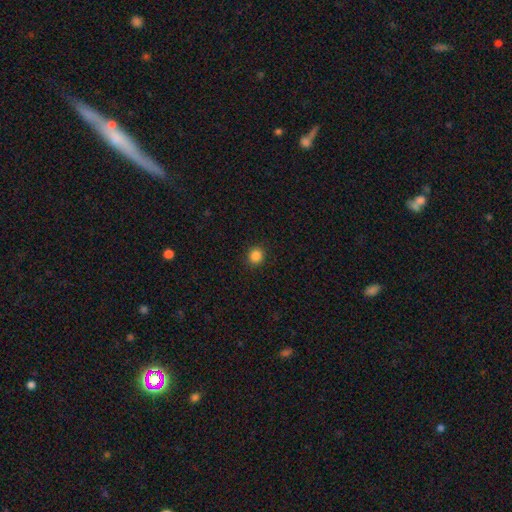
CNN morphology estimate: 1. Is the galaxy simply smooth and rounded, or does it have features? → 85% smooth, 11% star or artifact, 3% featured or disk.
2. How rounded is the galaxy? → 90% round, 9% in between, 1% cigar-shaped.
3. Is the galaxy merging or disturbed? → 91% none, 6% minor disturbance, 2% major disturbance, 1% merger.